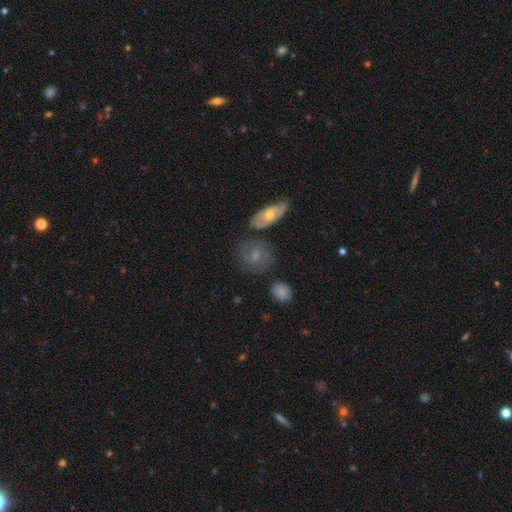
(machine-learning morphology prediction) The model was most divided on "smooth or featured": smooth: 60%, featured or disk: 30%, star or artifact: 10%. More confident: merging — none (65%); how rounded — round (65%).